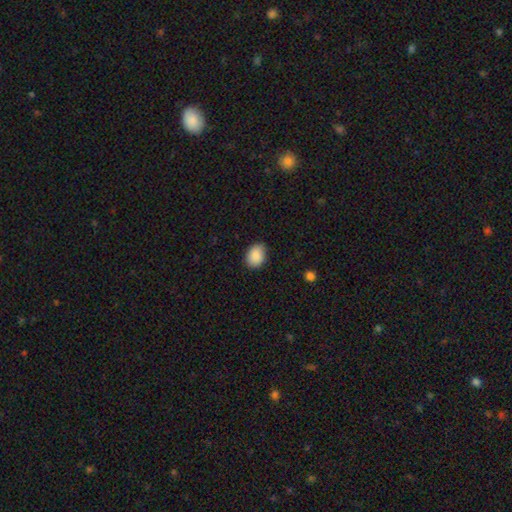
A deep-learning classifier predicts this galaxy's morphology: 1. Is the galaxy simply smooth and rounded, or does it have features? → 89% smooth, 7% star or artifact, 4% featured or disk.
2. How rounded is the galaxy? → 66% in between, 33% round, 1% cigar-shaped.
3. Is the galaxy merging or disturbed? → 81% none, 15% minor disturbance, 3% major disturbance, 1% merger.